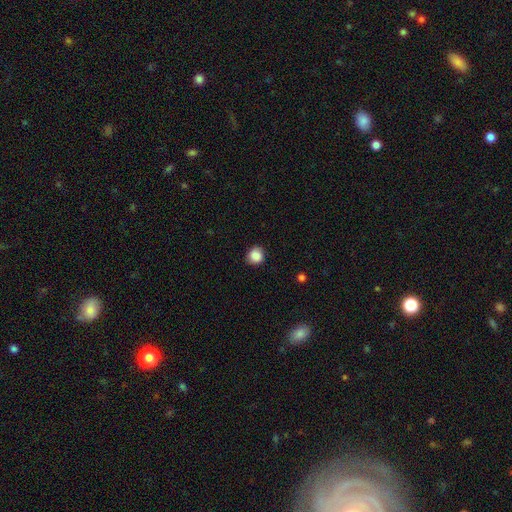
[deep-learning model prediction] Morphology: type=smooth (87%); roundness=round (82%); merging=none (83%).